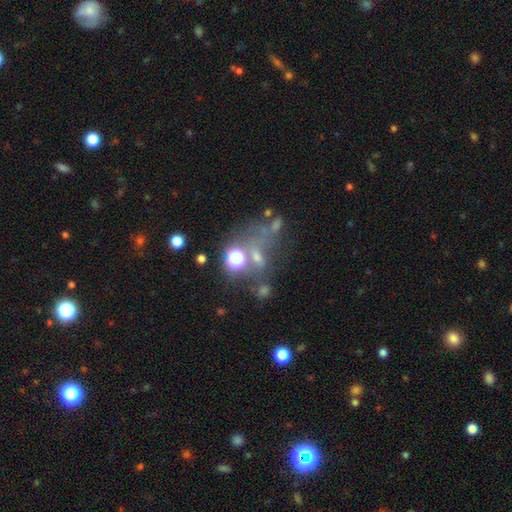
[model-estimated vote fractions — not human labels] Smooth or featured: star or artifact — 42% (smooth — 30%)